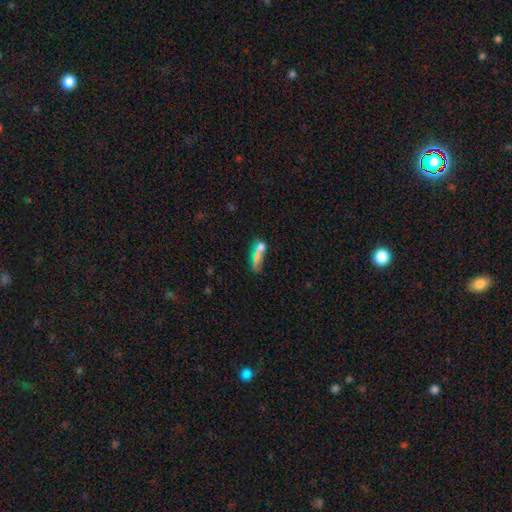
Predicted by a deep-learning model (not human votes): This is possibly a smooth galaxy (56%). How rounded: possibly cigar-shaped (50%). Merging: possibly none (51%).